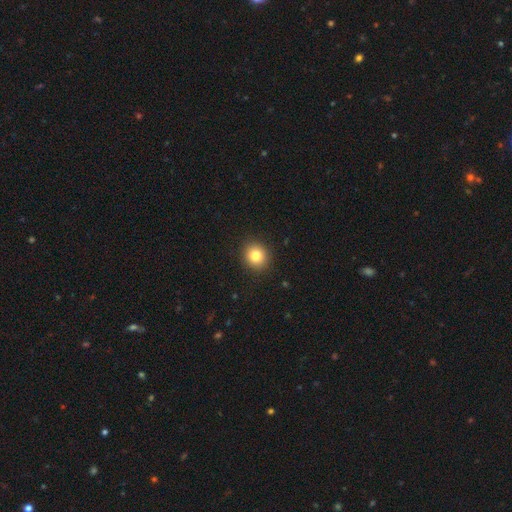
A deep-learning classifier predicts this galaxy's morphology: type=smooth (82%); roundness=round (84%); merging=none (91%).